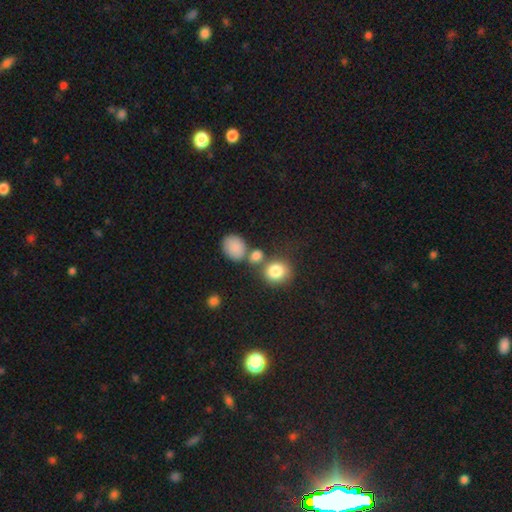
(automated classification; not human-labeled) A smooth galaxy with no disk features (82%) that is round (63%). Merging: none (57%).